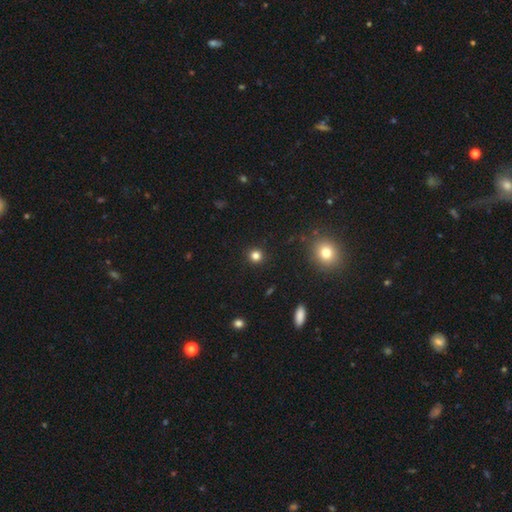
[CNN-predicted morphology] This appears to be a smooth galaxy with no disk features (81%) that is round (93%). Merging: none (92%).